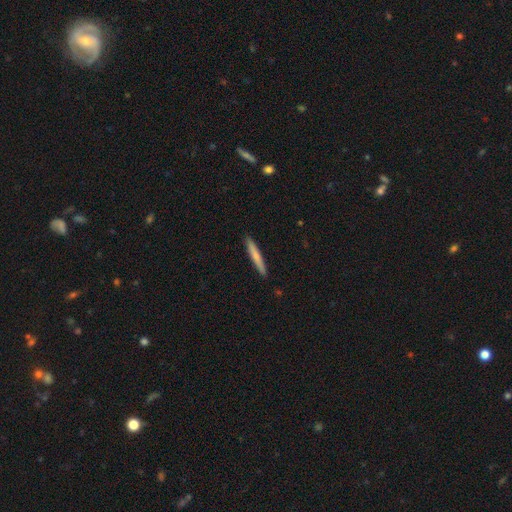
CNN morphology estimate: This appears to be a smooth galaxy with no disk features (71%) that is cigar-shaped (95%). Merging: none (91%).